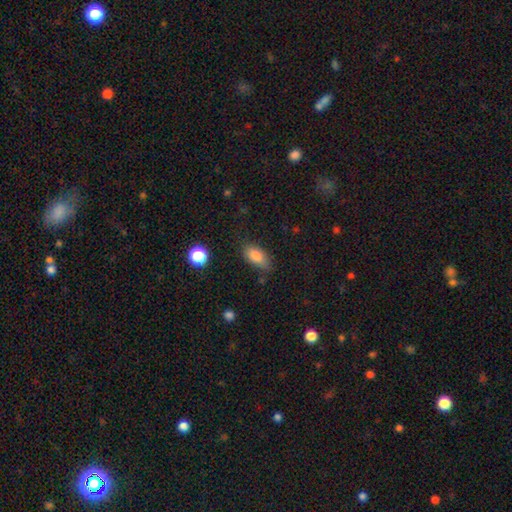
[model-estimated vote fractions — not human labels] Morphology: type=smooth (82%); roundness=in between (88%); merging=none (70%).